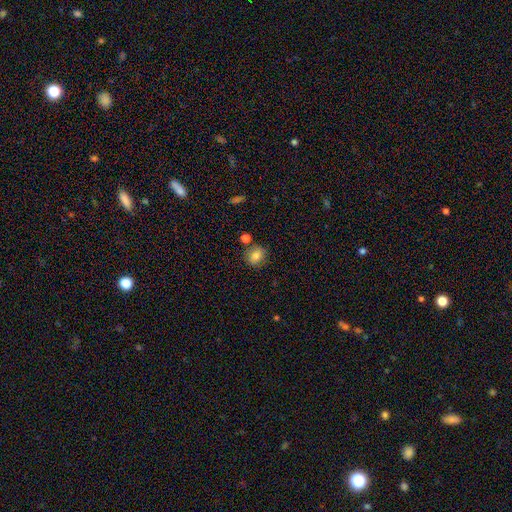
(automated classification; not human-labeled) smooth 81%, star or artifact 10%, featured or disk 8%. Down the decision tree: how rounded — round (70%); merging — none (78%).